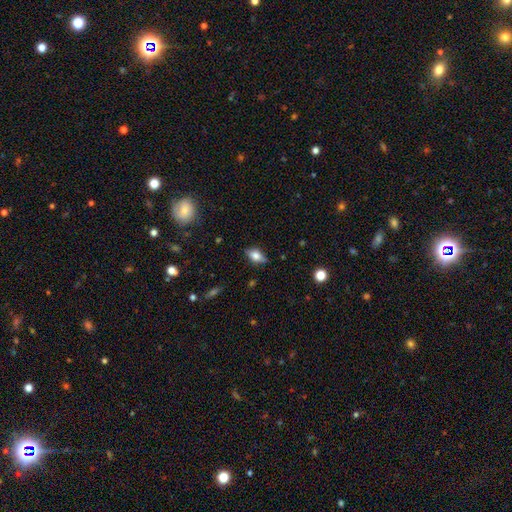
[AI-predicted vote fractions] Smooth or featured? Predicted: smooth (p=0.57). How rounded? Predicted: in between (p=0.81). Merging? Predicted: none (p=0.79).